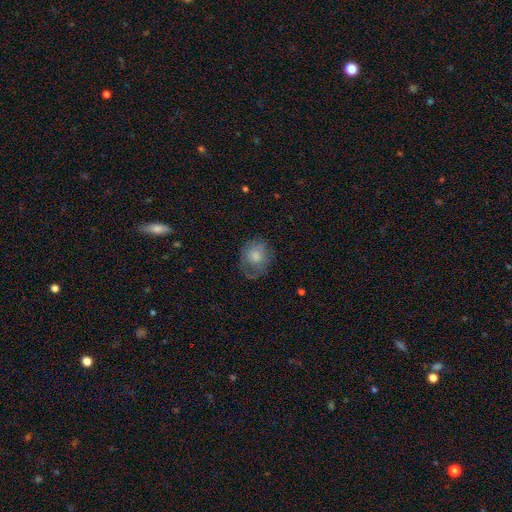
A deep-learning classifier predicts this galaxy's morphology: This appears to be a smooth galaxy with no disk features (69%) that is round (62%). Merging: none (58%).